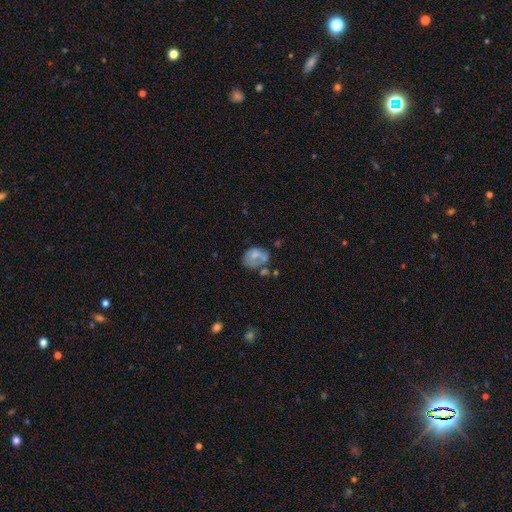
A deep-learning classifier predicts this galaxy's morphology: A smooth galaxy with no disk features (53%) that is in between round and cigar-shaped (56%). Merging: none (33%).